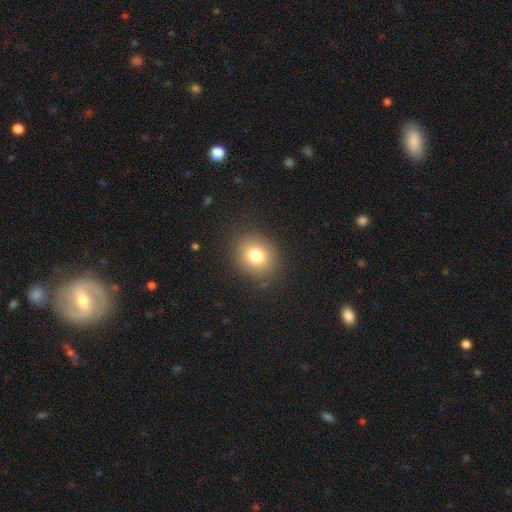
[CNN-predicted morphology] smooth-or-featured: smooth: 78% | star or artifact: 12% | featured or disk: 10%
  how-rounded: round: 74% | in between: 25% | cigar-shaped: 1%
  merging: none: 87% | minor disturbance: 8% | major disturbance: 3% | merger: 1%